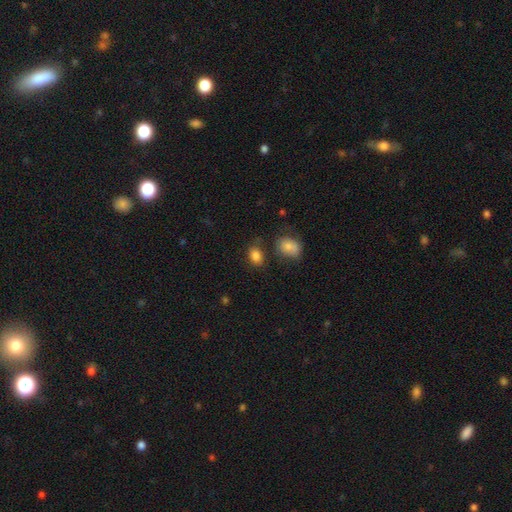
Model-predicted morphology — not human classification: Smooth or featured?
  - smooth: 85% *
  - star or artifact: 10%
  - featured or disk: 6%
How rounded?
  - in between: 74% *
  - round: 25%
  - cigar-shaped: 1%
Merging?
  - none: 69% *
  - minor disturbance: 16%
  - merger: 10%
  - major disturbance: 5%